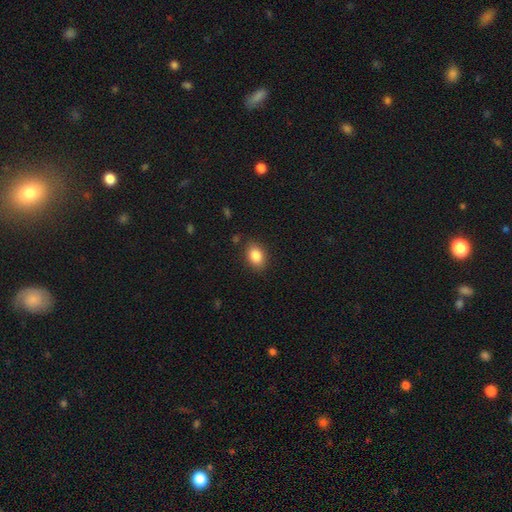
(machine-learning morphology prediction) A smooth galaxy with no disk features (86%) that is in between round and cigar-shaped (80%).

Vote fractions:
- Smooth or featured? smooth: 86% / star or artifact: 8% / featured or disk: 6%
- How rounded? in between: 80% / round: 19% / cigar-shaped: 1%
- Merging? none: 85% / minor disturbance: 11% / major disturbance: 3% / merger: 1%